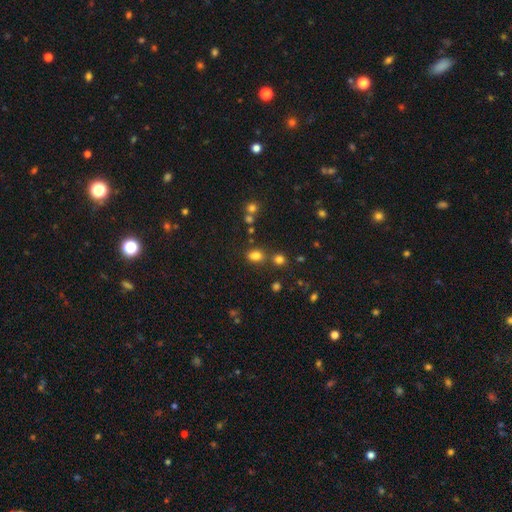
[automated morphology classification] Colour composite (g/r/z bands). It shows a smooth galaxy with no disk features (77%) that is in between round and cigar-shaped (72%). Merging: none (67%).